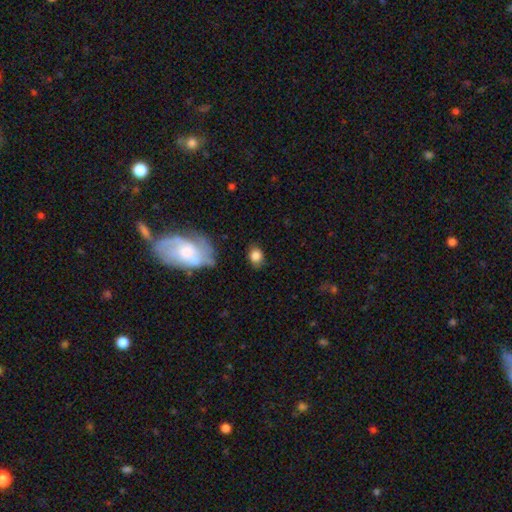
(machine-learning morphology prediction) Smooth or featured? smooth (81%)
How rounded? in between (57%)
Merging? none (74%)